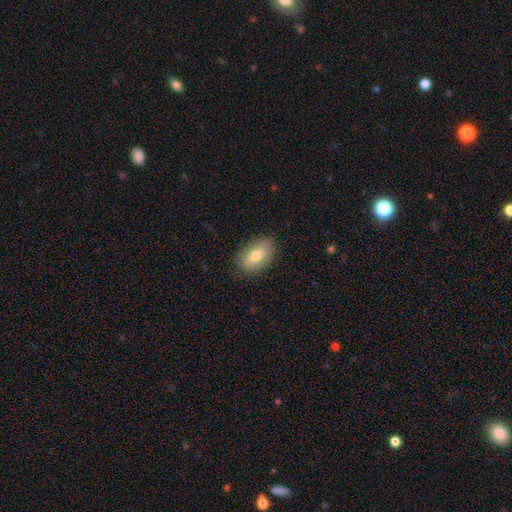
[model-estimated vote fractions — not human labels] Smooth or featured?
  - smooth: 73% *
  - featured or disk: 20%
  - star or artifact: 7%
How rounded?
  - in between: 88% *
  - round: 10%
  - cigar-shaped: 2%
Merging?
  - none: 83% *
  - minor disturbance: 13%
  - major disturbance: 3%
  - merger: 1%